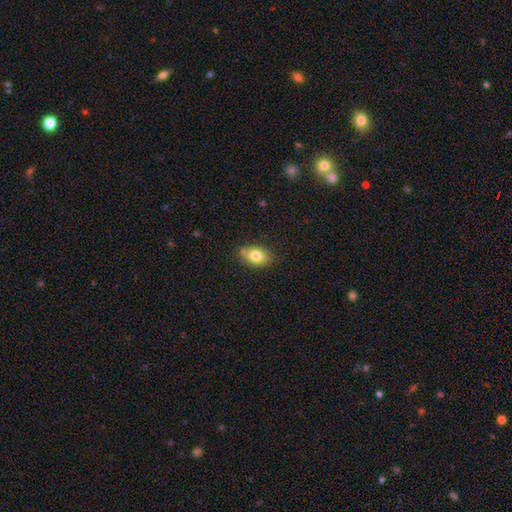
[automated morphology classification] Smooth or featured?
  - smooth: 79% *
  - featured or disk: 12%
  - star or artifact: 9%
How rounded?
  - in between: 73% *
  - round: 26%
  - cigar-shaped: 1%
Merging?
  - none: 72% *
  - minor disturbance: 17%
  - merger: 7%
  - major disturbance: 3%